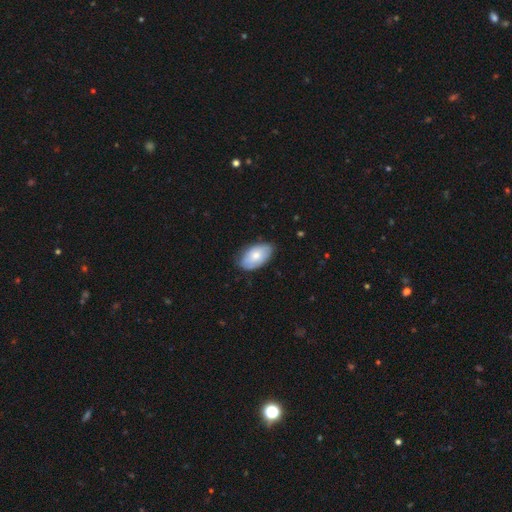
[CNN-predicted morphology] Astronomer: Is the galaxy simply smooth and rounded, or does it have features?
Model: smooth — 70%.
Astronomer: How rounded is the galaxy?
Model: in between — 94%.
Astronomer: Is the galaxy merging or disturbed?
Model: none — 76%.